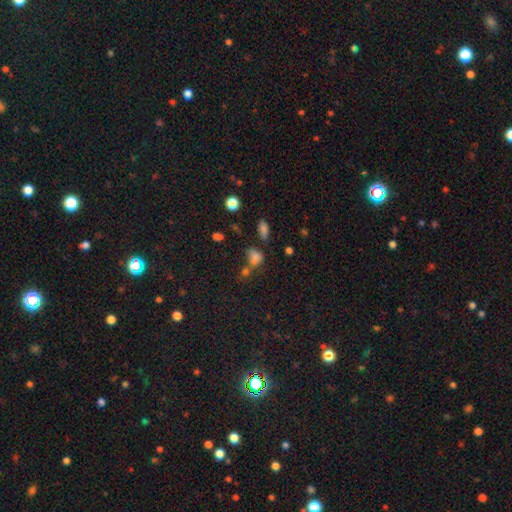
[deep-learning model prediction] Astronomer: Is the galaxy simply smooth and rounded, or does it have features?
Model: smooth — 59%.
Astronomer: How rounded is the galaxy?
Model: in between — 62%.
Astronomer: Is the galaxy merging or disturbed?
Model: none — 46% (runner-up: merger, 30%).